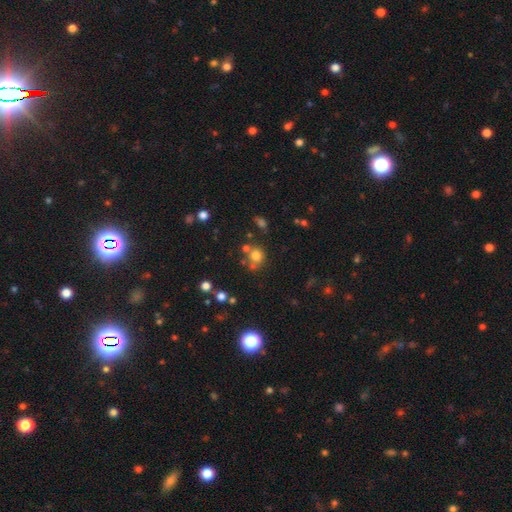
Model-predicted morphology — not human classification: type=smooth (73%); roundness=round (83%); merging=none (61%).